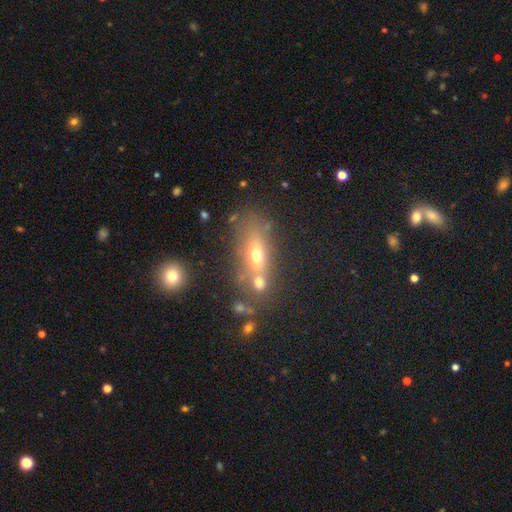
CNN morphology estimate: This appears to be a smooth galaxy with no disk features (57%) that is in between round and cigar-shaped (64%). Merging: none (47%).